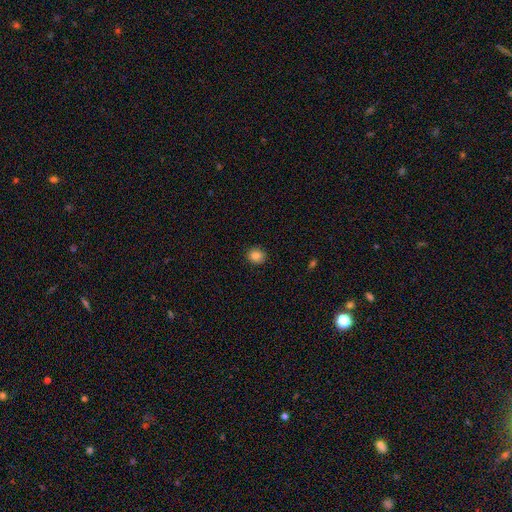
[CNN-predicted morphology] Smooth or featured? Predicted: smooth (p=0.84). How rounded? Predicted: round (p=0.74). Merging? Predicted: none (p=0.90).